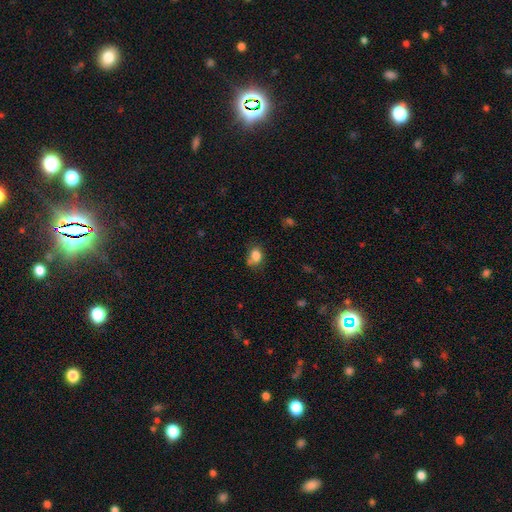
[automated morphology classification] The model was most divided on "merging": none: 54%, minor disturbance: 24%, merger: 13%, major disturbance: 9%. More confident: smooth or featured — smooth (81%); how rounded — in between (65%).